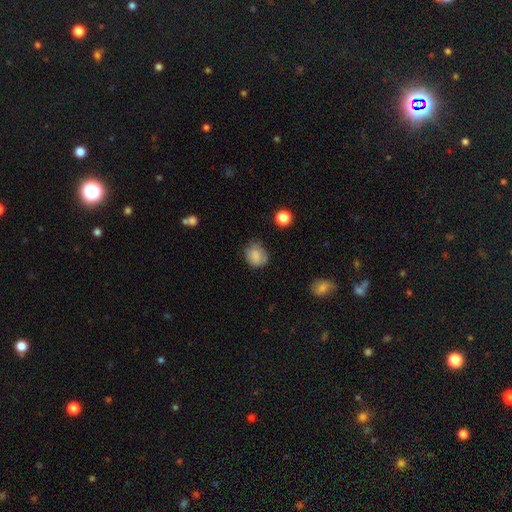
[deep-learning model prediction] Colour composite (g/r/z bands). It shows a smooth galaxy with no disk features (81%) that is round (65%). Merging: none (63%).